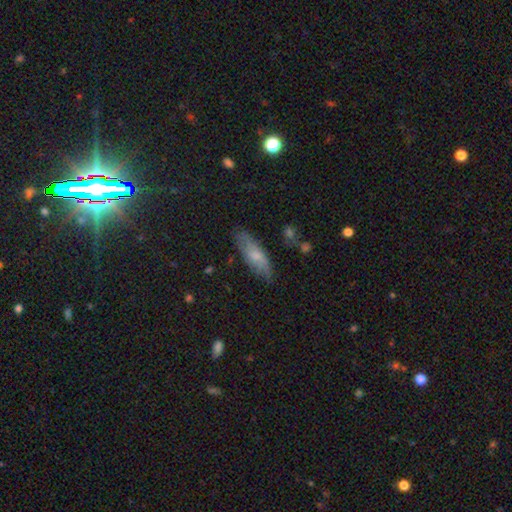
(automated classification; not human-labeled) Smooth or featured? Predicted: smooth (p=0.63). How rounded? Predicted: in between (p=0.58). Merging? Predicted: none (p=0.77).